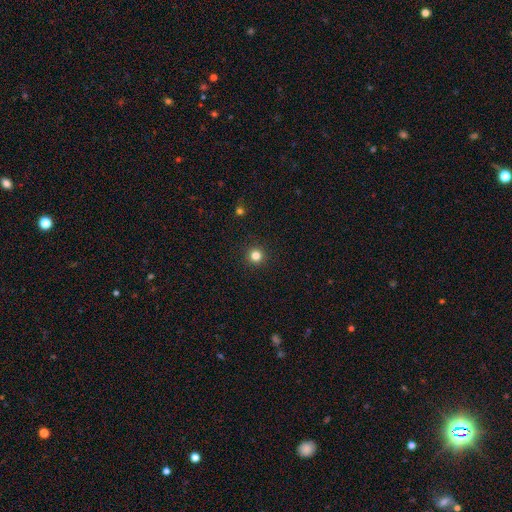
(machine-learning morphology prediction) smooth 81%, star or artifact 14%, featured or disk 5%. Down the decision tree: how rounded — round (96%); merging — none (93%).